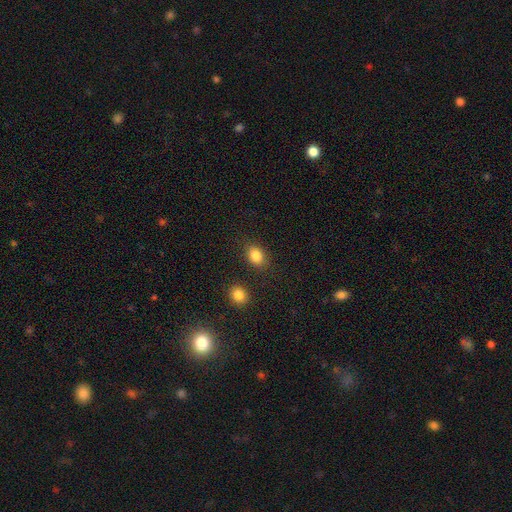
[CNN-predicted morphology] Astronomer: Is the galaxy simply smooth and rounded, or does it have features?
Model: smooth — 85%.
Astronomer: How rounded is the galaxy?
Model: in between — 69%.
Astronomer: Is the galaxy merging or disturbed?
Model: none — 82%.